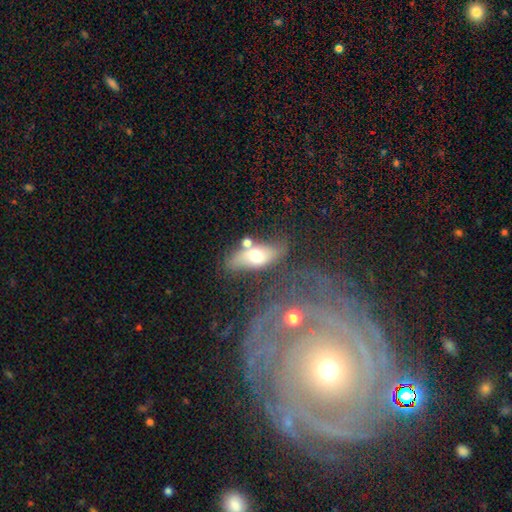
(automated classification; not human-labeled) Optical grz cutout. It shows a smooth galaxy with no disk features (58%) that is in between round and cigar-shaped (75%). Merging: none (53%).